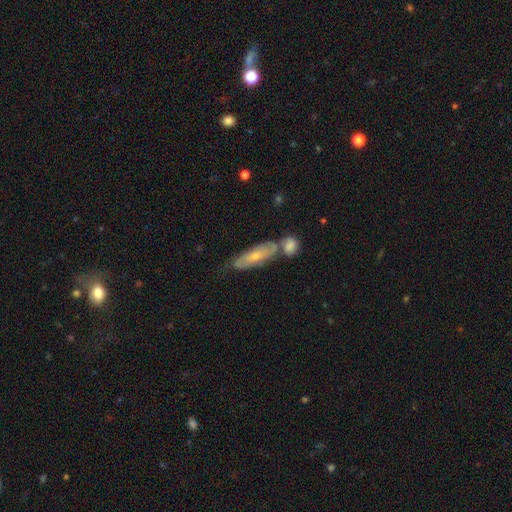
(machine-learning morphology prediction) featured or disk 46%, smooth 39%, star or artifact 15%. Down the decision tree: merging — none (62%).